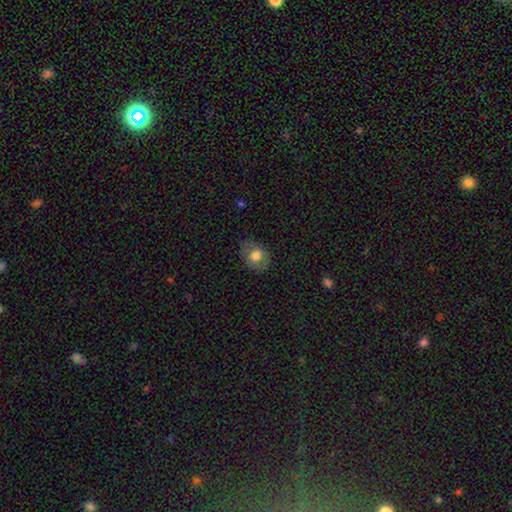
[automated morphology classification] This is likely a smooth galaxy (69%). How rounded: possibly in between (59%). Merging: likely none (77%).